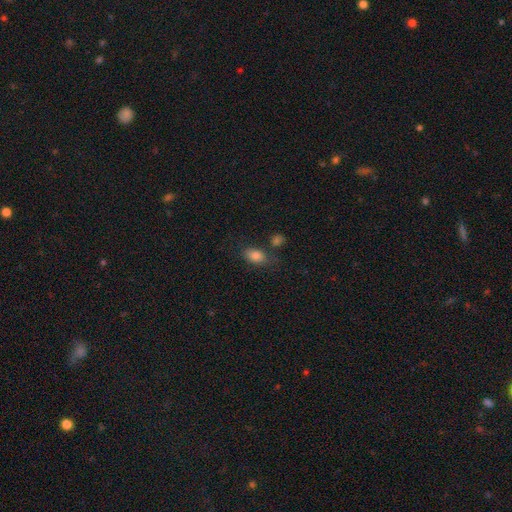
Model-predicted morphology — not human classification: The model was most divided on "merging": none: 66%, minor disturbance: 18%, merger: 11%, major disturbance: 6%. More confident: how rounded — in between (87%); smooth or featured — smooth (84%).